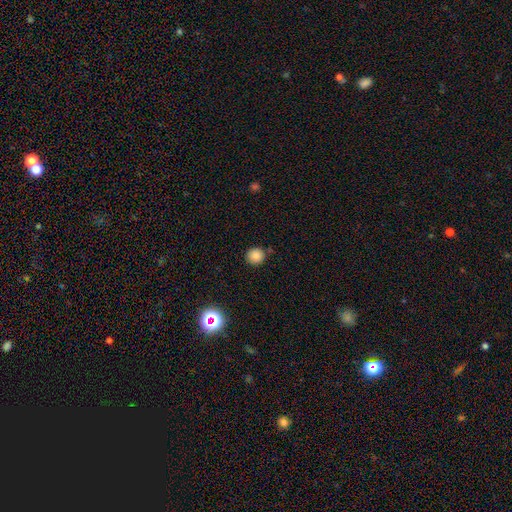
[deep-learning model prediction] The model was most divided on "smooth or featured": smooth: 84%, star or artifact: 12%, featured or disk: 4%. More confident: how rounded — round (92%); merging — none (85%).